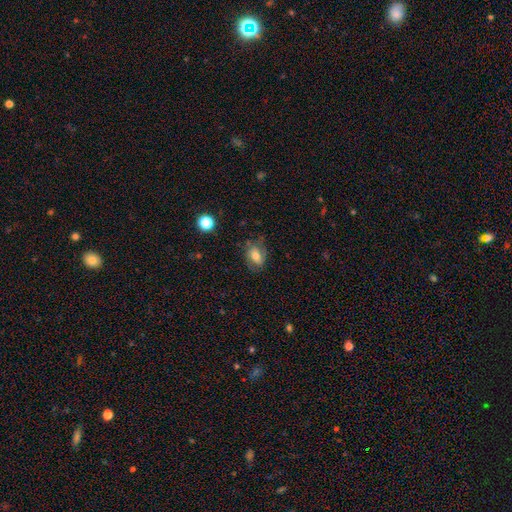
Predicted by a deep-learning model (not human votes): smooth-or-featured: smooth: 57% | featured or disk: 33% | star or artifact: 10%
  how-rounded: in between: 74% | round: 24% | cigar-shaped: 2%
  merging: none: 65% | minor disturbance: 23% | major disturbance: 10% | merger: 2%